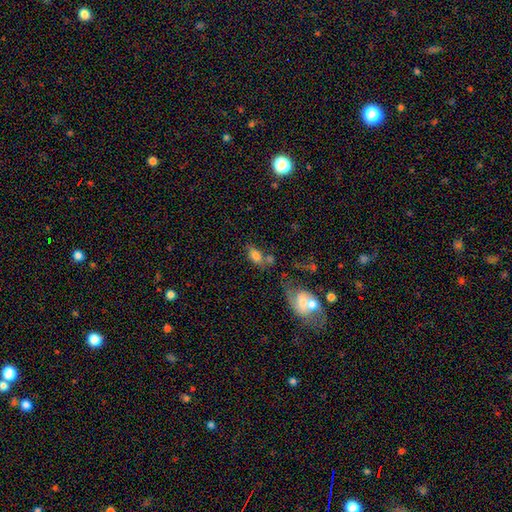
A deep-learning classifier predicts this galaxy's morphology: smooth 75%, featured or disk 15%, star or artifact 9%. Down the decision tree: how rounded — in between (86%); merging — none (45%).